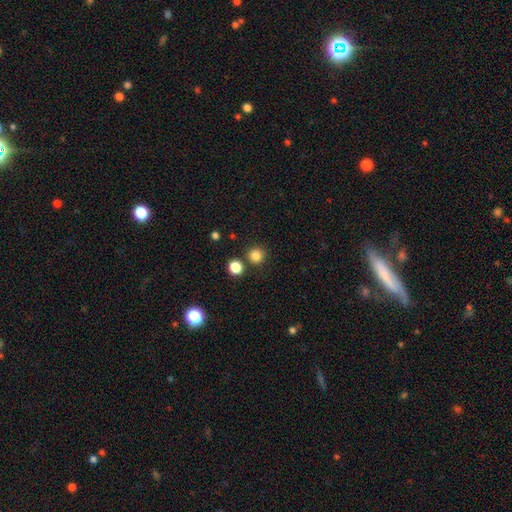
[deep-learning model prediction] Smooth or featured?
  - smooth: 83% *
  - star or artifact: 13%
  - featured or disk: 4%
How rounded?
  - round: 94% *
  - in between: 5%
  - cigar-shaped: 1%
Merging?
  - none: 84% *
  - merger: 7%
  - minor disturbance: 6%
  - major disturbance: 2%